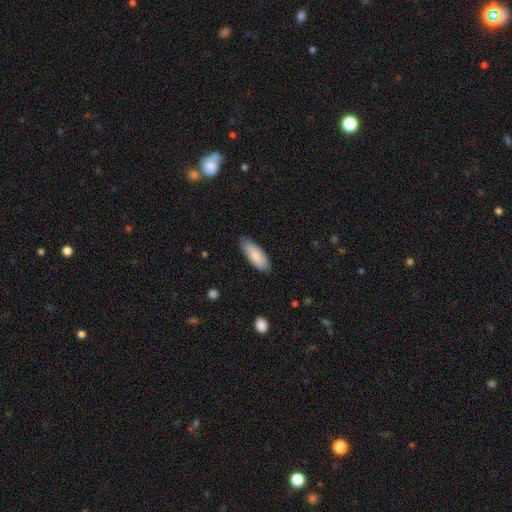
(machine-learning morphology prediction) A smooth galaxy with no disk features (84%) that is in between round and cigar-shaped (75%). Merging: none (81%).